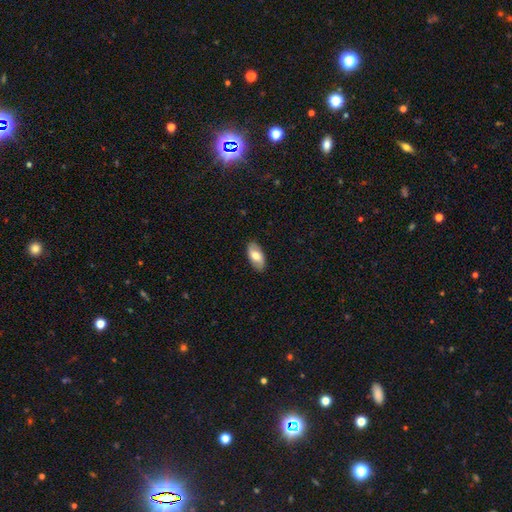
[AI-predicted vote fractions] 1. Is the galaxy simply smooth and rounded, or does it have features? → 62% smooth, 32% featured or disk, 6% star or artifact.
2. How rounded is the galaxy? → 92% in between, 5% cigar-shaped, 3% round.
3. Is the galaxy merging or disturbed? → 86% none, 10% minor disturbance, 2% major disturbance, 1% merger.